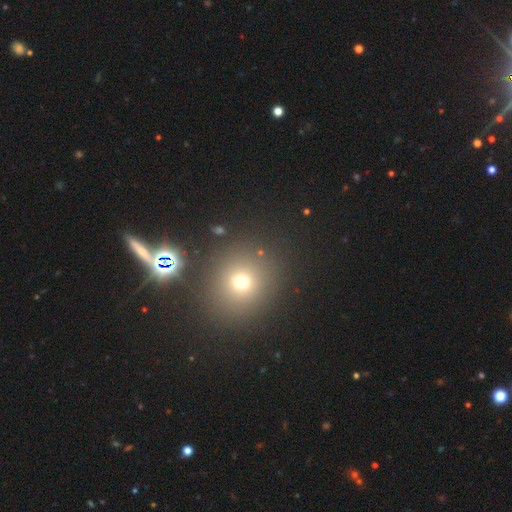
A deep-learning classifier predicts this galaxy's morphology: Smooth or featured?
  - smooth: 54% *
  - star or artifact: 36%
  - featured or disk: 10%
How rounded?
  - round: 85% *
  - in between: 13%
  - cigar-shaped: 1%
Merging?
  - none: 84% *
  - minor disturbance: 6%
  - merger: 6%
  - major disturbance: 3%